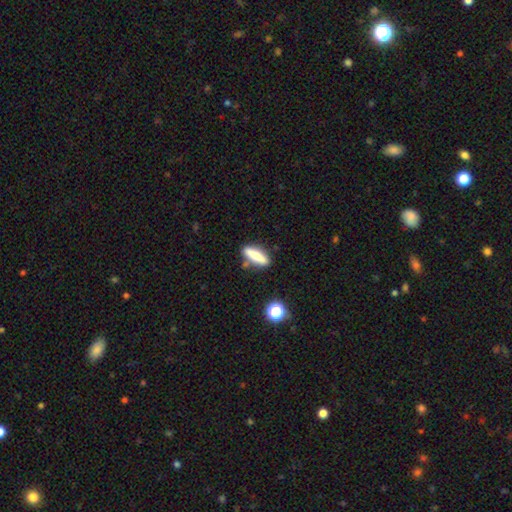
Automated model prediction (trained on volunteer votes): Smooth or featured: smooth — 74% (featured or disk — 19%)
How rounded: cigar-shaped — 64% (in between — 33%)
Merging: none — 79% (minor disturbance — 13%)